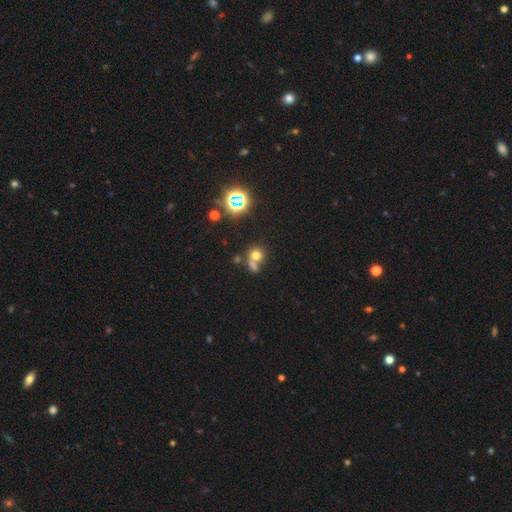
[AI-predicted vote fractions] This is likely a smooth galaxy (66%). How rounded: clearly round (82%). Merging: marginally merger (43%).